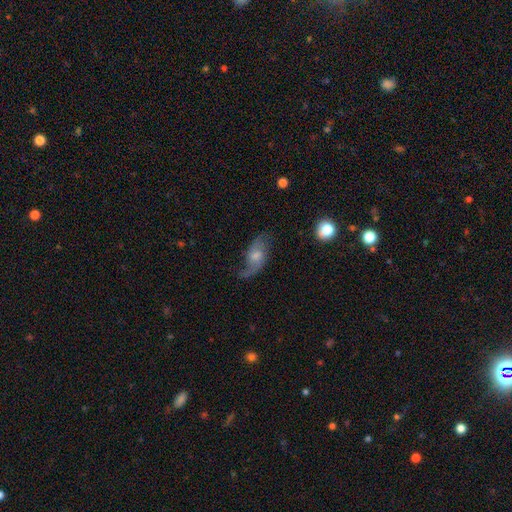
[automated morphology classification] Q: Smooth or featured?
A: featured or disk (70%); runner-up: smooth (21%)
Q: Edge-on disk?
A: no (91%); runner-up: yes (9%)
Q: Bar?
A: no (63%); runner-up: weak (31%)
Q: Spiral arms?
A: yes (90%); runner-up: no (10%)
Q: Spiral winding?
A: loose (70%); runner-up: medium (23%)
Q: Spiral arm count?
A: 2 (80%); runner-up: 1 (10%)
Q: Bulge size?
A: moderate (53%); runner-up: small (35%)
Q: Merging?
A: none (57%); runner-up: minor disturbance (25%)